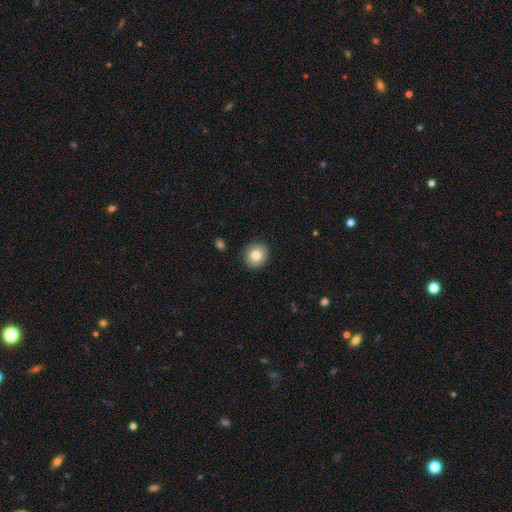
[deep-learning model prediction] Smooth or featured? smooth (80%)
How rounded? round (82%)
Merging? none (86%)